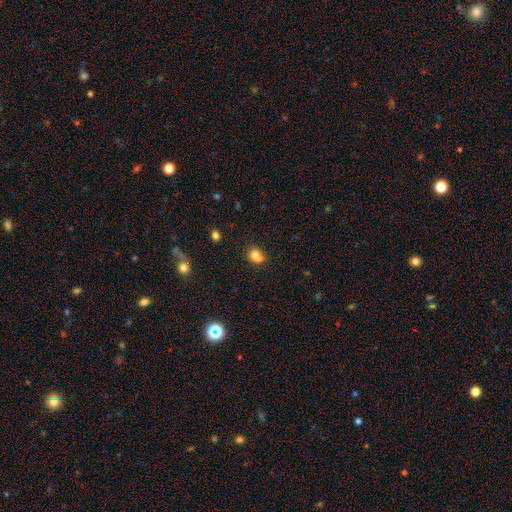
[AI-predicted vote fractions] smooth-or-featured: smooth: 75% | featured or disk: 13% | star or artifact: 13%
  how-rounded: round: 54% | in between: 45% | cigar-shaped: 1%
  merging: merger: 42% | none: 37% | minor disturbance: 15% | major disturbance: 6%